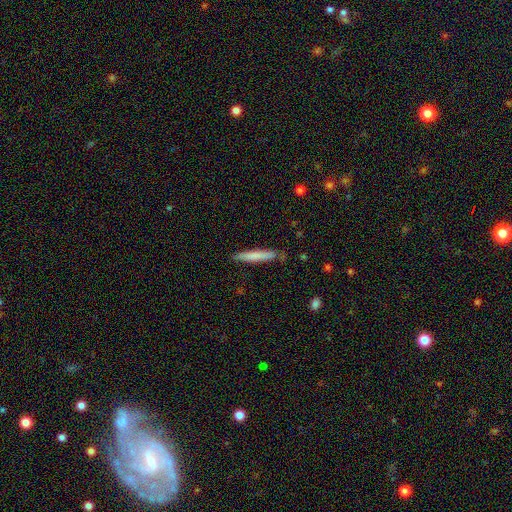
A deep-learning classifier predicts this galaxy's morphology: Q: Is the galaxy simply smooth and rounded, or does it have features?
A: smooth — 73%.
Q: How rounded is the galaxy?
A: cigar-shaped — 95%.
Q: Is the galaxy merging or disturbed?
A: none — 84%.